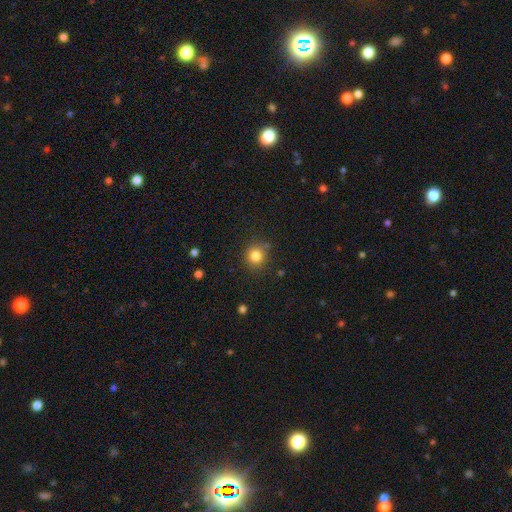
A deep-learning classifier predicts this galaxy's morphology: This is clearly a smooth galaxy (82%). How rounded: clearly round (88%). Merging: clearly none (83%).